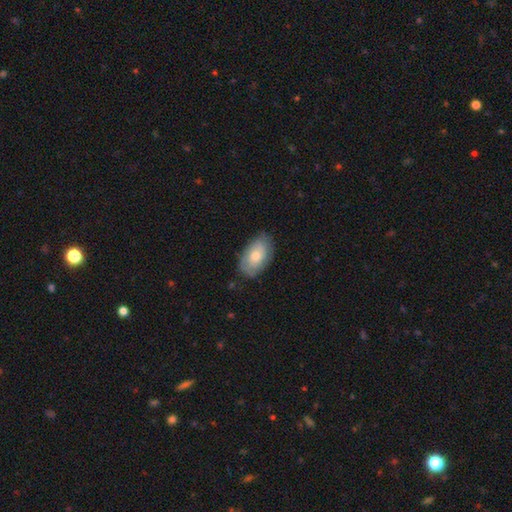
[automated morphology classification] Smooth or featured? Predicted: smooth (p=0.59). How rounded? Predicted: in between (p=0.91). Merging? Predicted: none (p=0.75).